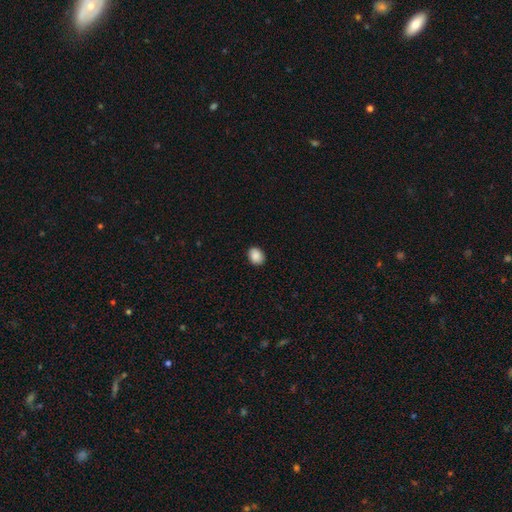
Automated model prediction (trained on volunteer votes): Smooth or featured?
  - smooth: 89% *
  - star or artifact: 8%
  - featured or disk: 3%
How rounded?
  - in between: 52% *
  - round: 47%
  - cigar-shaped: 1%
Merging?
  - none: 89% *
  - minor disturbance: 8%
  - major disturbance: 2%
  - merger: 1%